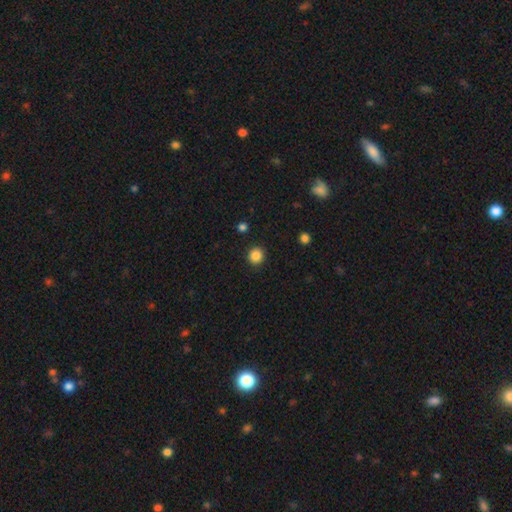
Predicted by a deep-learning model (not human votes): Smooth or featured? Predicted: smooth (p=0.86). How rounded? Predicted: round (p=0.92). Merging? Predicted: none (p=0.92).